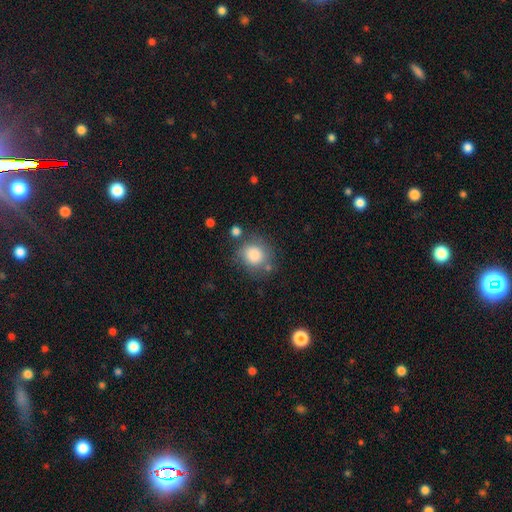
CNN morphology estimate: This is clearly a smooth galaxy (84%). How rounded: clearly round (83%). Merging: likely none (67%).